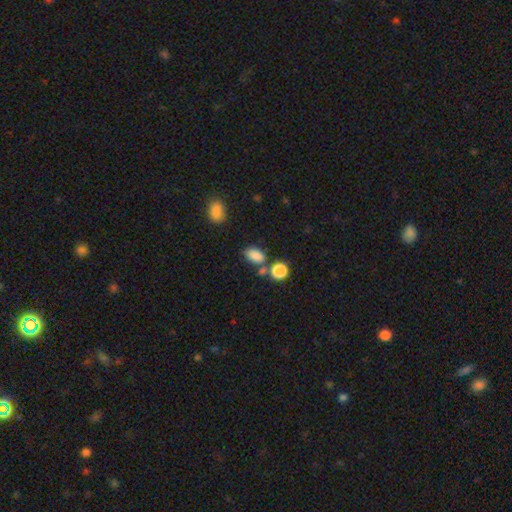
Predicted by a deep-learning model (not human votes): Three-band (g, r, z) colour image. It shows a smooth galaxy with no disk features (84%) that is in between round and cigar-shaped (87%). Merging: none (63%).